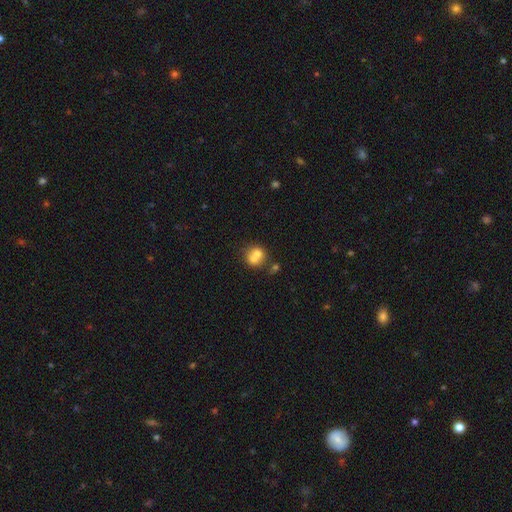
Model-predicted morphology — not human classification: Smooth or featured? Predicted: smooth (p=0.67). How rounded? Predicted: round (p=0.76). Merging? Predicted: merger (p=0.60).